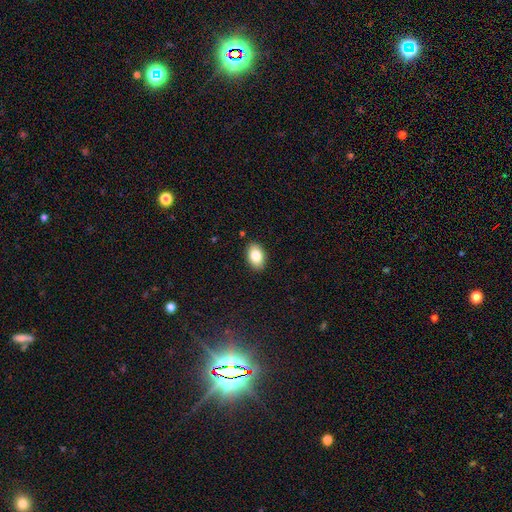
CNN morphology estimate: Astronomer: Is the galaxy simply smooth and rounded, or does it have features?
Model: smooth — 83%.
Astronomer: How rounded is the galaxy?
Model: in between — 89%.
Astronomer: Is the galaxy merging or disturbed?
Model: none — 89%.